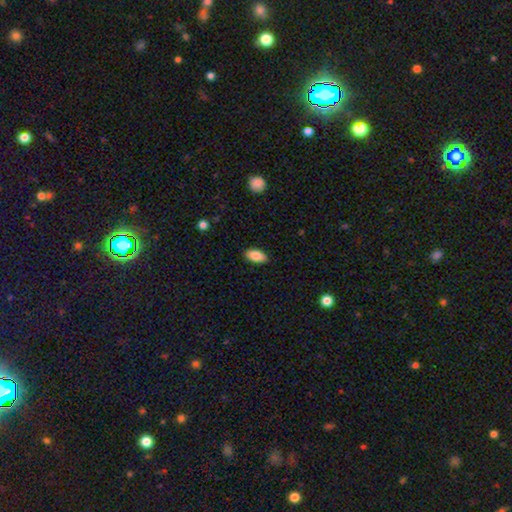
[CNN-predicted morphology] Overall: smooth (86%). How rounded: in between (93%). Merging: none (87%).